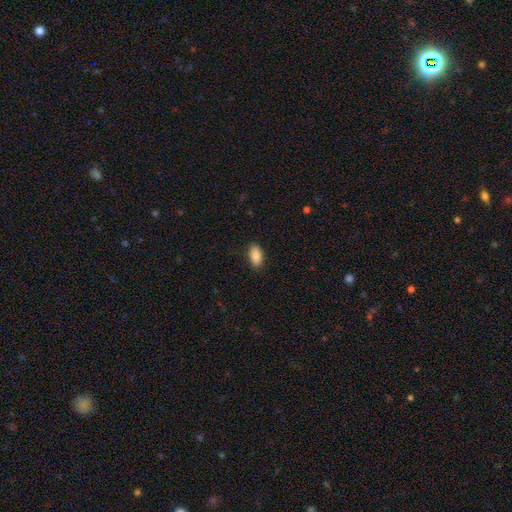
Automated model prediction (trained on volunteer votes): Smooth or featured? Predicted: smooth (p=0.87). How rounded? Predicted: in between (p=0.93). Merging? Predicted: none (p=0.86).